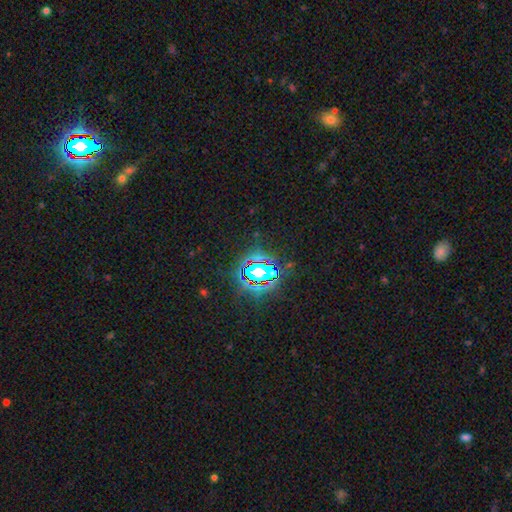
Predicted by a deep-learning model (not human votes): The model was most divided on "smooth or featured": star or artifact: 82%, smooth: 11%, featured or disk: 7%.